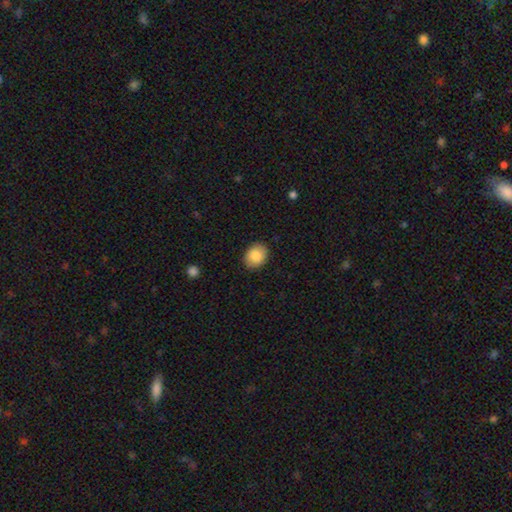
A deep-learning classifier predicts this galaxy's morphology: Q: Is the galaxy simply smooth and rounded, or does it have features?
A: smooth — 86%.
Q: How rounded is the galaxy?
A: in between — 57%.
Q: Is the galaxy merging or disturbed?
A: none — 89%.